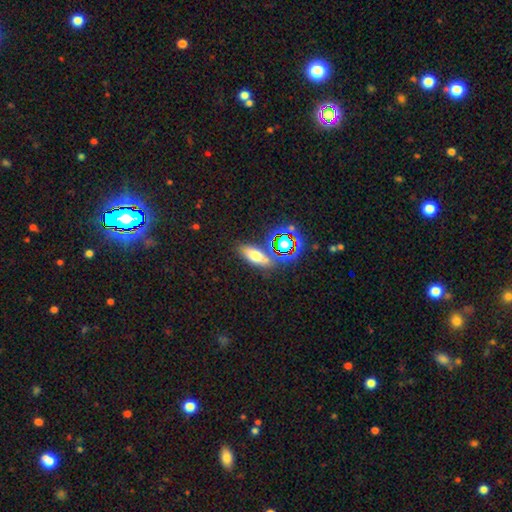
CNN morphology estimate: Smooth or featured? Predicted: smooth (p=0.60). How rounded? Predicted: in between (p=0.70). Merging? Predicted: none (p=0.72).